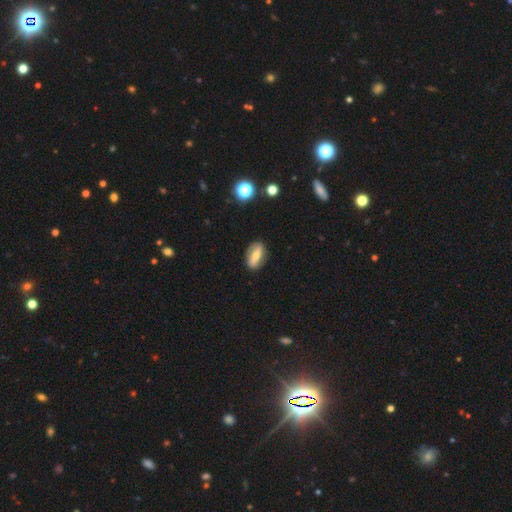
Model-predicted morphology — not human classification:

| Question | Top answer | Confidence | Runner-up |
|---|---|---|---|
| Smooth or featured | smooth | 48% | featured or disk (44%) |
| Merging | none | 84% | minor disturbance (12%) |